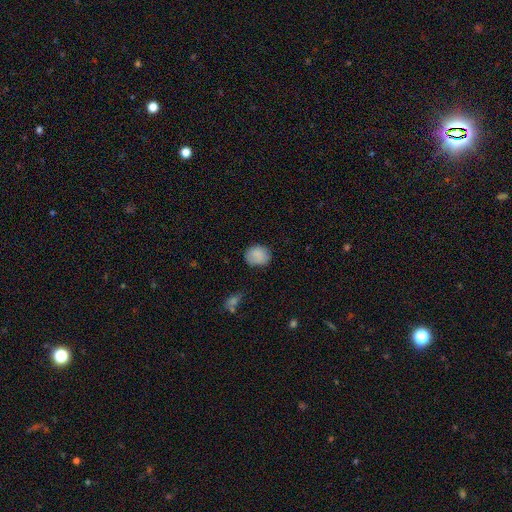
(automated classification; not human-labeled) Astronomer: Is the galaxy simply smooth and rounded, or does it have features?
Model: smooth — 86%.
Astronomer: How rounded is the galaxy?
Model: round — 63%.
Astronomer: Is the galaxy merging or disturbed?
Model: none — 78%.